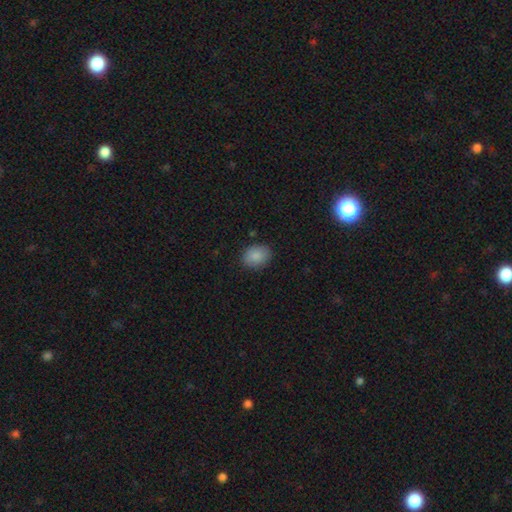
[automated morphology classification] This is clearly a smooth galaxy (88%). How rounded: likely in between (61%). Merging: clearly none (85%).